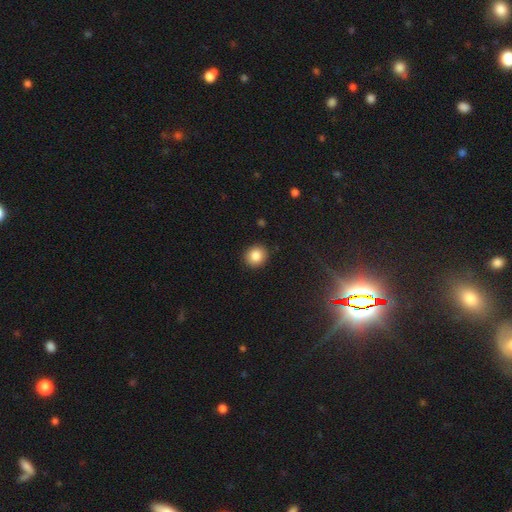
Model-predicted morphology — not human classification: Smooth or featured? smooth (85%)
How rounded? round (88%)
Merging? none (92%)